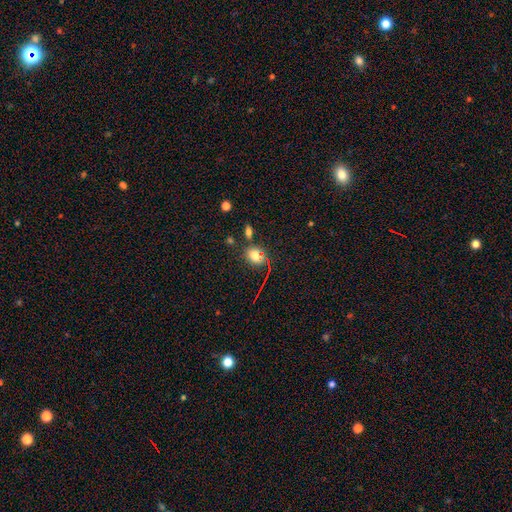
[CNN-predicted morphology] A smooth galaxy with no disk features (72%) that is round (53%). Merging: none (67%).